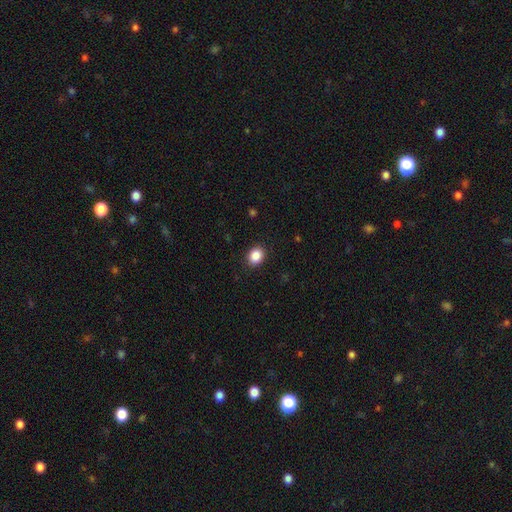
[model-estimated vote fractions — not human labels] Smooth or featured: smooth — 87% (star or artifact — 9%)
How rounded: round — 52% (in between — 47%)
Merging: none — 90% (minor disturbance — 7%)